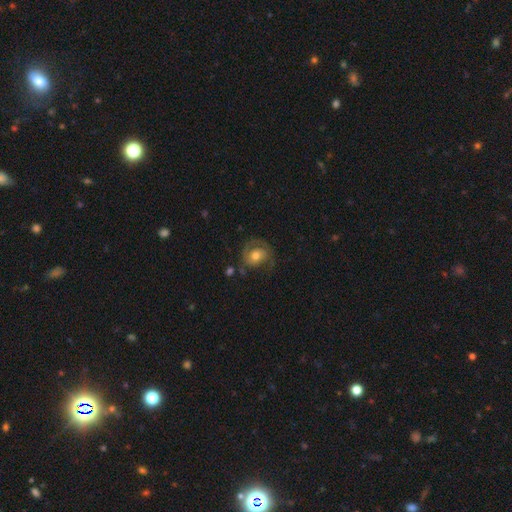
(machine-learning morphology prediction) Smooth or featured: featured or disk — 54% (smooth — 38%)
Edge-on disk: no — 97% (yes — 3%)
Bar: no — 71% (weak — 23%)
Spiral arms: yes — 76% (no — 24%)
Bulge size: moderate — 67% (small — 20%)
Merging: none — 56% (minor disturbance — 22%)